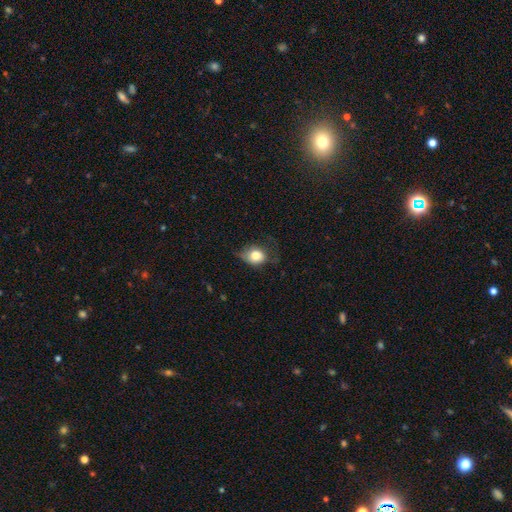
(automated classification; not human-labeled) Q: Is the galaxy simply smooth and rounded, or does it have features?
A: smooth — 76%.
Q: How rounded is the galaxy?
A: round — 56%.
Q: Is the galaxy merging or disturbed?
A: none — 46%.